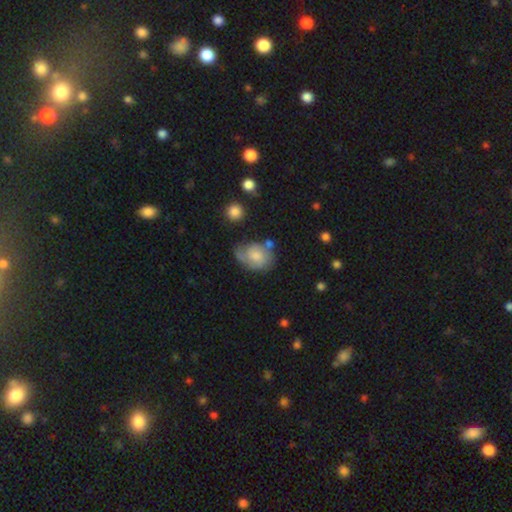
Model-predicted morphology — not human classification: Smooth or featured? Predicted: smooth (p=0.47). Merging? Predicted: none (p=0.46).